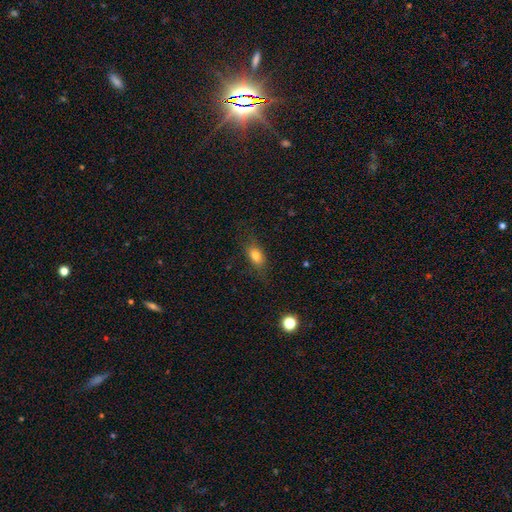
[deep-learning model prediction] A smooth galaxy with no disk features (77%) that is in between round and cigar-shaped (80%).

Vote fractions:
- Smooth or featured? smooth: 77% / featured or disk: 13% / star or artifact: 10%
- How rounded? in between: 80% / round: 11% / cigar-shaped: 9%
- Merging? none: 75% / minor disturbance: 17% / major disturbance: 6% / merger: 1%